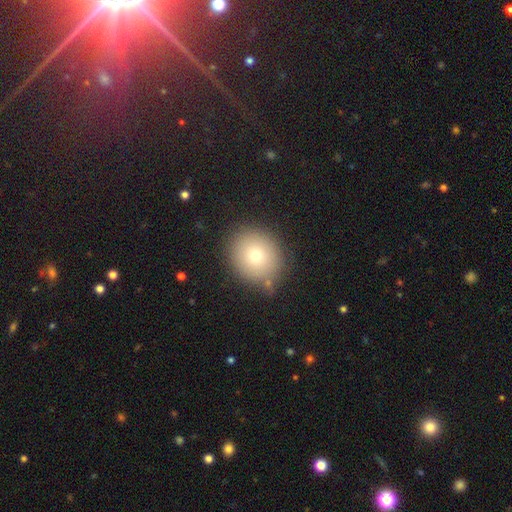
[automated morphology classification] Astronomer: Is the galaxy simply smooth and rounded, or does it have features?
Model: smooth — 73%.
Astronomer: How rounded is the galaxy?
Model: round — 80%.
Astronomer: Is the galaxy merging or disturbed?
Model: none — 82%.